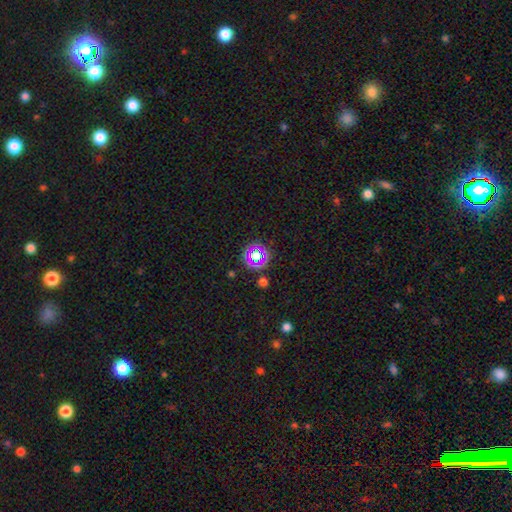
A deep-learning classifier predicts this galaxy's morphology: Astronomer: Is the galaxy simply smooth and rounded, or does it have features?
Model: star or artifact — 58%.